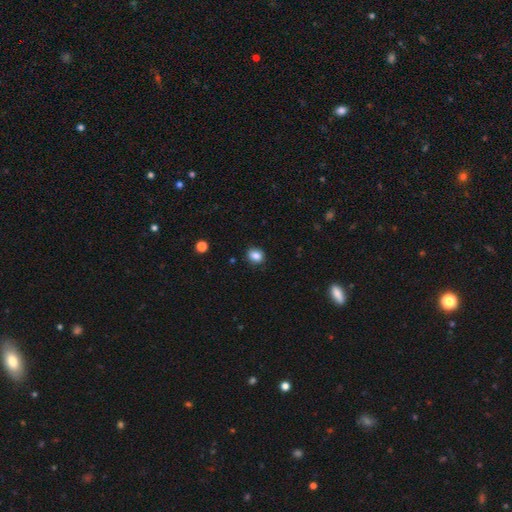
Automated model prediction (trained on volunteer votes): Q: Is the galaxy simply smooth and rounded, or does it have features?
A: smooth — 85%.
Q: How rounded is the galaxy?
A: round — 60%.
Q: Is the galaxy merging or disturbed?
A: none — 87%.